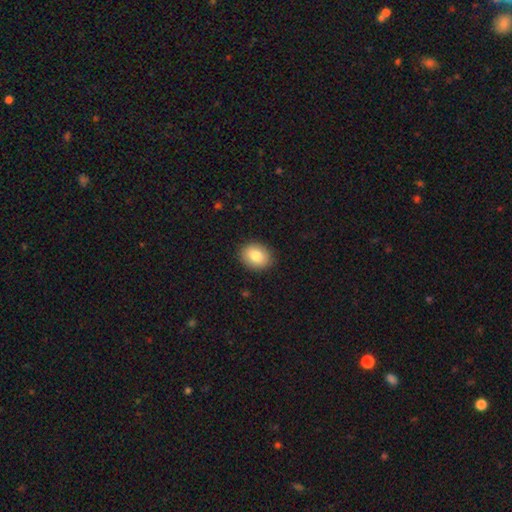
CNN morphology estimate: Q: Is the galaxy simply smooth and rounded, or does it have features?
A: smooth — 83%.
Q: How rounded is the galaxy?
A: in between — 57%.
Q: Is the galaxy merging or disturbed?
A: none — 89%.